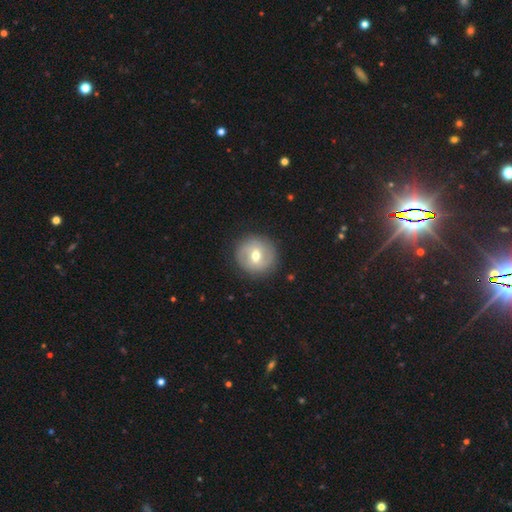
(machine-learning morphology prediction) smooth_or_featured: featured or disk (p=0.47) [alt: smooth p=0.45]
merging: none (p=0.87) [alt: minor disturbance p=0.08]